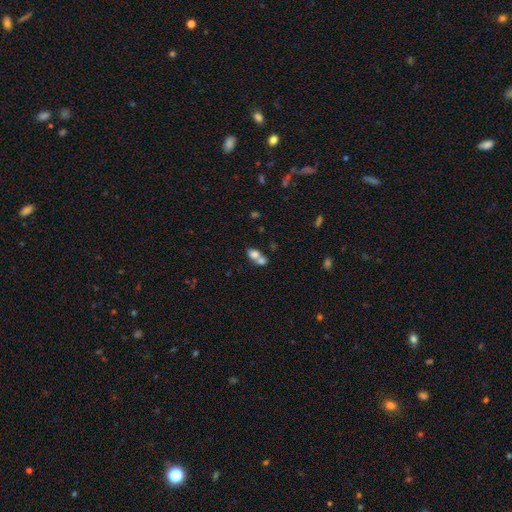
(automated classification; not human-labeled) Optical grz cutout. It shows a smooth galaxy with no disk features (74%) that is in between round and cigar-shaped (57%). Merging: merger (66%).